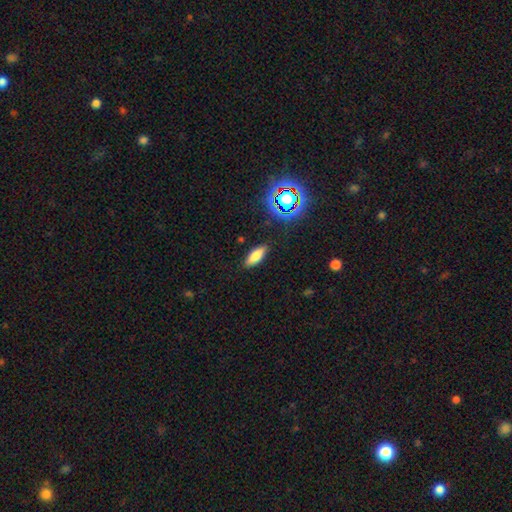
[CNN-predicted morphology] A smooth galaxy with no disk features (73%) that is in between round and cigar-shaped (68%). Merging: none (87%).